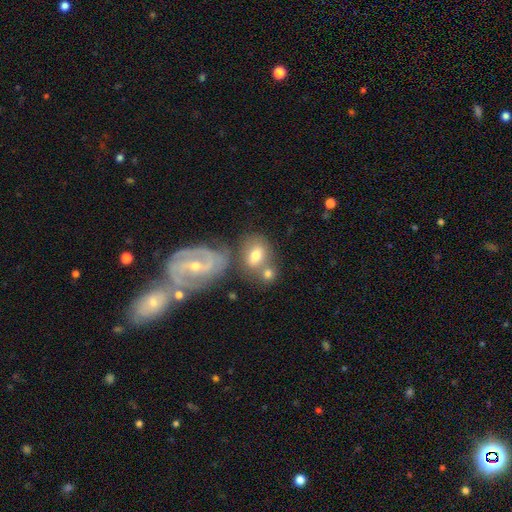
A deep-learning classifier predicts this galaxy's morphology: Overall: smooth (53%; featured or disk 38%). How rounded: in between (70%). Merging: none (45%; merger 31%).